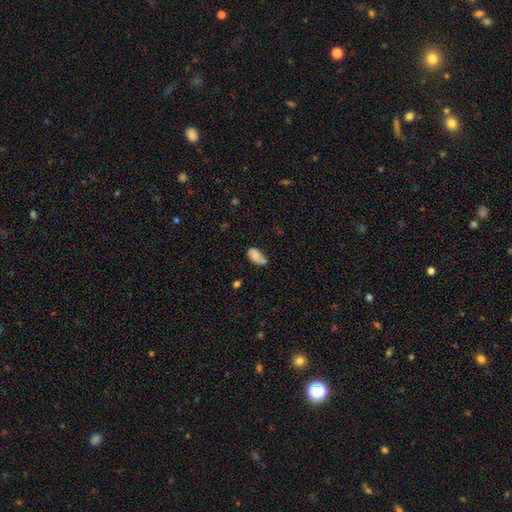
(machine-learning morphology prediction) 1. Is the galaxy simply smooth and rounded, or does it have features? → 67% smooth, 24% featured or disk, 9% star or artifact.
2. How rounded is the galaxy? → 92% in between, 5% round, 3% cigar-shaped.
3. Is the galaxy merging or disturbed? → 39% none, 32% minor disturbance, 18% merger, 11% major disturbance.